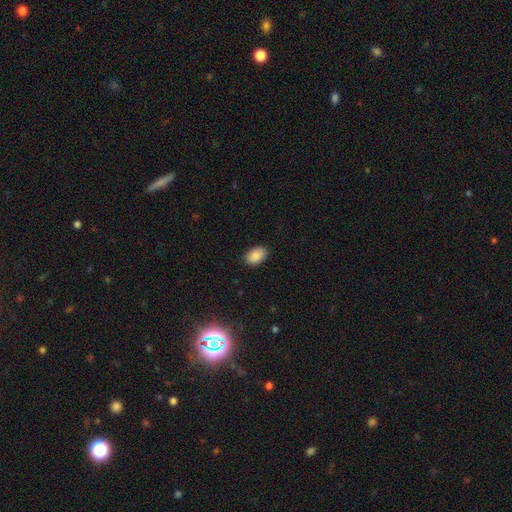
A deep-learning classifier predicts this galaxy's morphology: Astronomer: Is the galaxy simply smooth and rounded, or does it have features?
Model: smooth — 88%.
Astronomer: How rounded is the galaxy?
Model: in between — 87%.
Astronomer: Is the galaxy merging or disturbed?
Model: none — 86%.